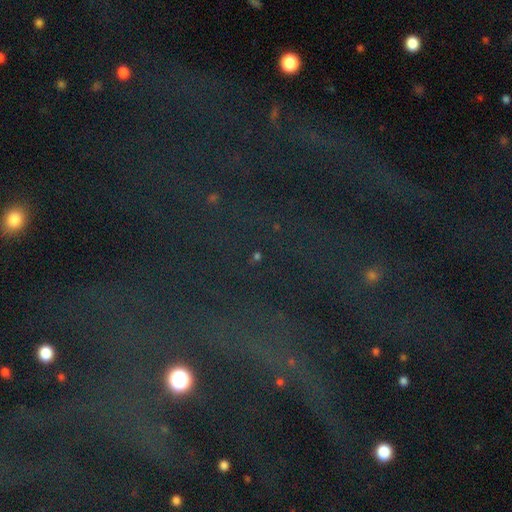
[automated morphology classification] The model was most divided on "smooth or featured": star or artifact: 79%, smooth: 11%, featured or disk: 9%.